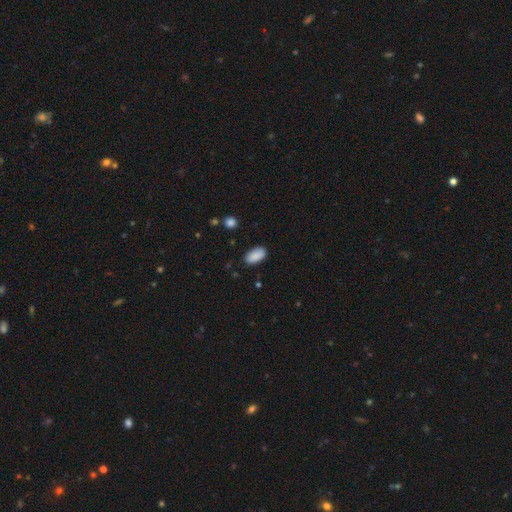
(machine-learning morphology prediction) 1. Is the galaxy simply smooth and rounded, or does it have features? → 89% smooth, 7% star or artifact, 4% featured or disk.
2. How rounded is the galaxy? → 95% in between, 3% round, 2% cigar-shaped.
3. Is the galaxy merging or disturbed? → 85% none, 12% minor disturbance, 2% major disturbance, 1% merger.